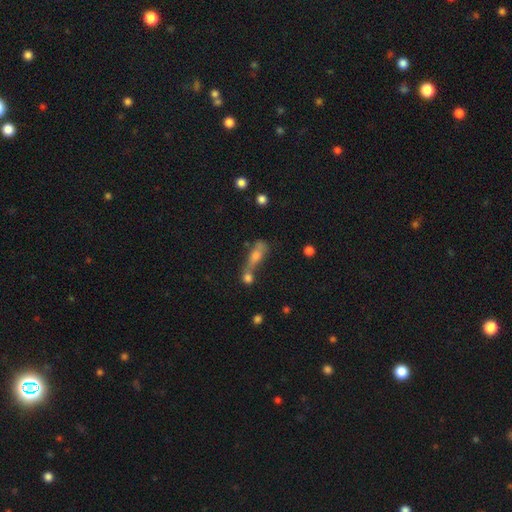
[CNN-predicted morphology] smooth-or-featured: smooth: 56% | featured or disk: 29% | star or artifact: 15%
  how-rounded: cigar-shaped: 47% | in between: 44% | round: 8%
  merging: merger: 49% | none: 28% | minor disturbance: 12% | major disturbance: 11%